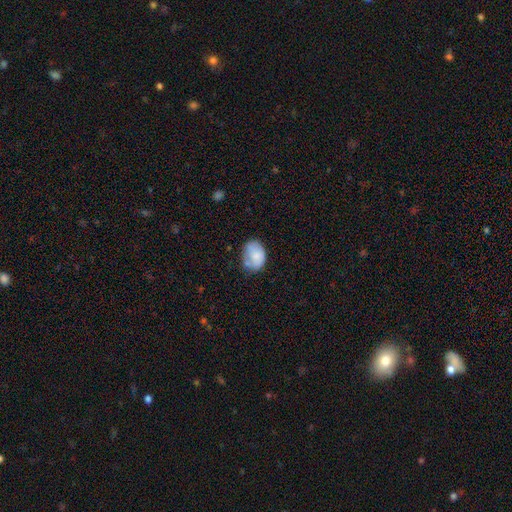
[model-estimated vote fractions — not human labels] smooth_or_featured: smooth (p=0.76) [alt: featured or disk p=0.16]
how_rounded: in between (p=0.71) [alt: round p=0.28]
merging: none (p=0.53) [alt: minor disturbance p=0.30]